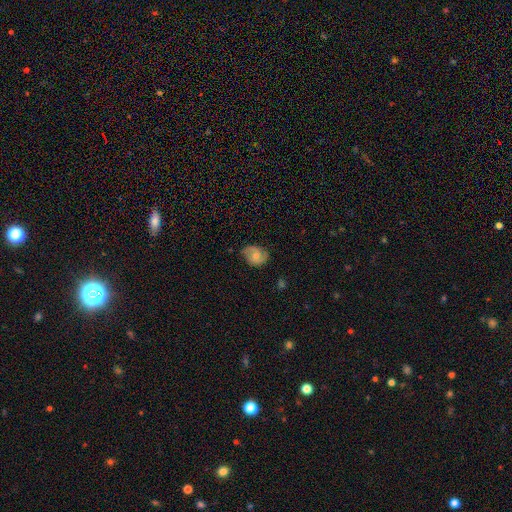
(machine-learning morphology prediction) This appears to be a smooth galaxy with no disk features (50%) that is in between round and cigar-shaped (51%). Merging: none (63%).